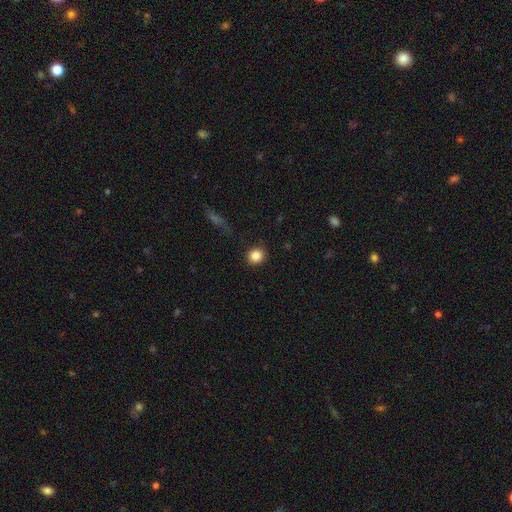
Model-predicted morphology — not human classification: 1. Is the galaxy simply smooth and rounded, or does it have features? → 86% smooth, 10% star or artifact, 4% featured or disk.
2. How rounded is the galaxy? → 86% round, 13% in between, 1% cigar-shaped.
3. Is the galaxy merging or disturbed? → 89% none, 7% minor disturbance, 3% major disturbance, 1% merger.